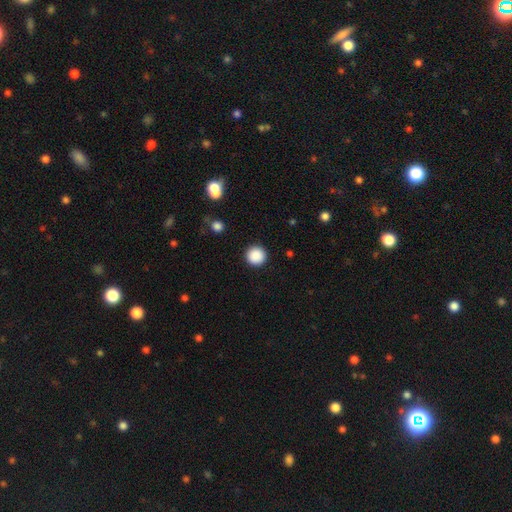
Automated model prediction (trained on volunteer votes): This appears to be a smooth galaxy with no disk features (89%) that is round (96%). Merging: none (92%).